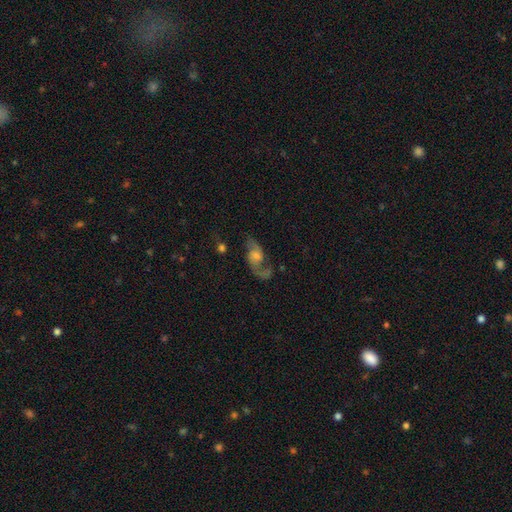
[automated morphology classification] The model was most divided on "bulge size": moderate: 46%, small: 30%, large: 14%, none: 7%, dominant: 2%. More confident: edge-on disk — no (94%); spiral arms — yes (89%); spiral arm count — 2 (81%); smooth or featured — featured or disk (73%); bar — no (63%); spiral winding — loose (60%); merging — none (52%).